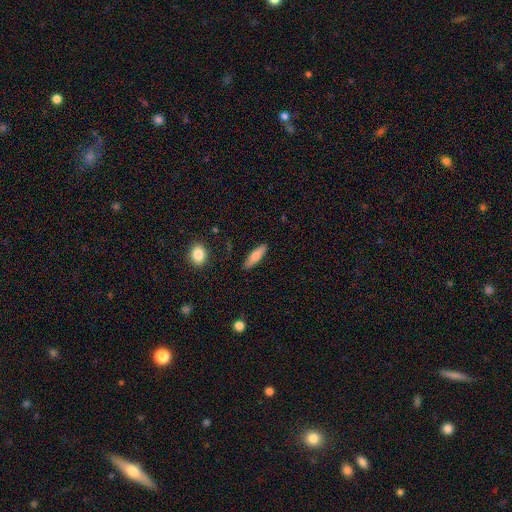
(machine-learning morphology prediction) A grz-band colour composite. It shows a smooth galaxy with no disk features (75%) that is cigar-shaped (61%). Merging: none (88%).